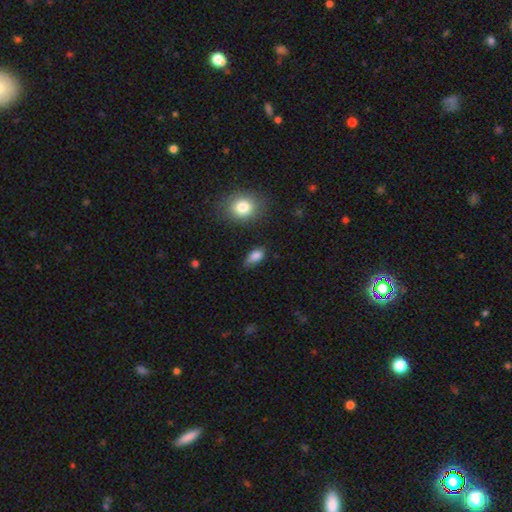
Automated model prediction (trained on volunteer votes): Smooth or featured? smooth (84%)
How rounded? in between (88%)
Merging? none (66%)